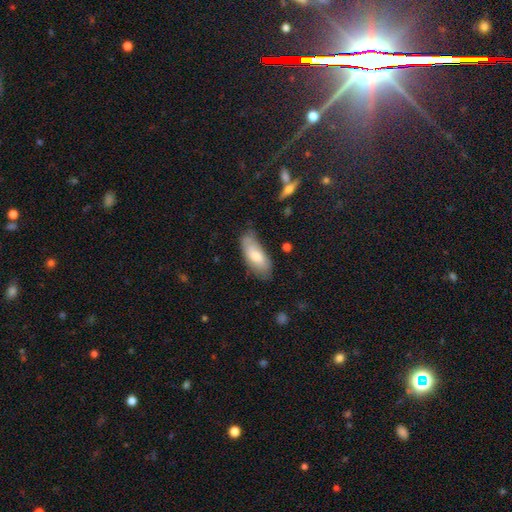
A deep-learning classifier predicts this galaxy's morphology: A smooth galaxy with no disk features (72%) that is in between round and cigar-shaped (82%). Merging: none (62%).